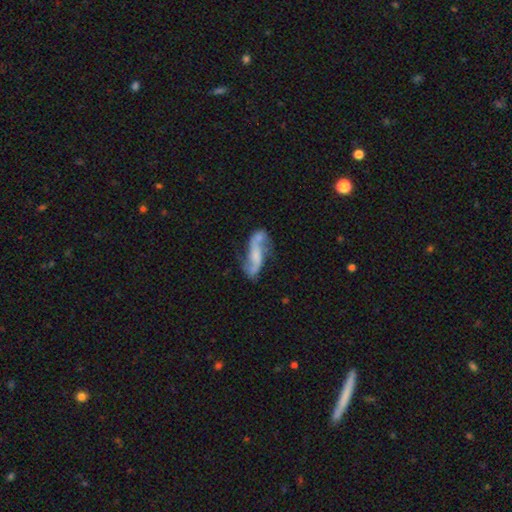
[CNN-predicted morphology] Overall: featured or disk (77%). Edge-on disk: no (93%). Bar: no (46%; weak 35%). Spiral arms: yes (92%). Spiral arm count: 2 (90%). Spiral winding: loose (66%; medium 27%). Bulge size: none (35%; small 32%). Merging: none (53%; minor disturbance 20%).